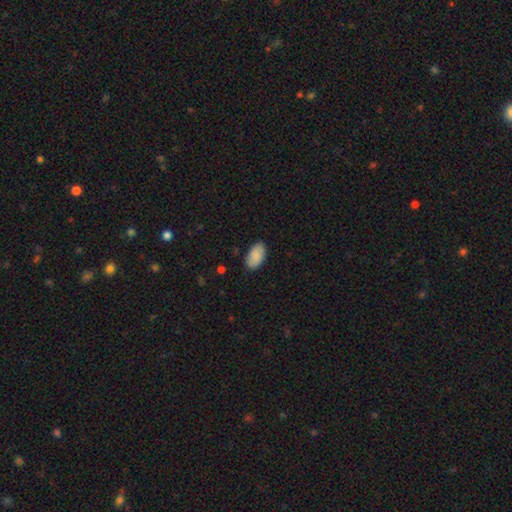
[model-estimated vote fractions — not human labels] smooth-or-featured: smooth: 89% | star or artifact: 6% | featured or disk: 5%
  how-rounded: in between: 95% | round: 3% | cigar-shaped: 2%
  merging: none: 85% | minor disturbance: 12% | major disturbance: 2% | merger: 1%